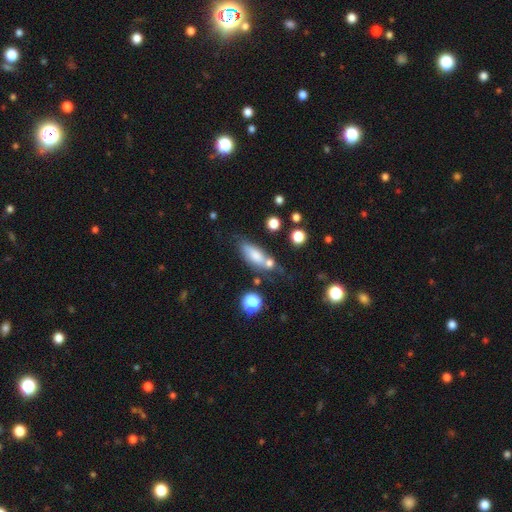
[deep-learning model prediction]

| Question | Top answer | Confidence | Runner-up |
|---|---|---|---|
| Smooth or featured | smooth | 70% | featured or disk (20%) |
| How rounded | in between | 67% | cigar-shaped (28%) |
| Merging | none | 46% | merger (24%) |